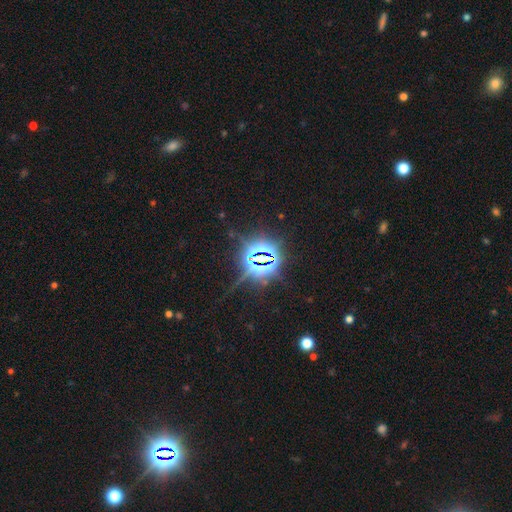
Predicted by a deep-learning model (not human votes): A star or artifact, not a galaxy (85%).

Vote fractions:
- Smooth or featured? star or artifact: 85% / smooth: 9% / featured or disk: 6%